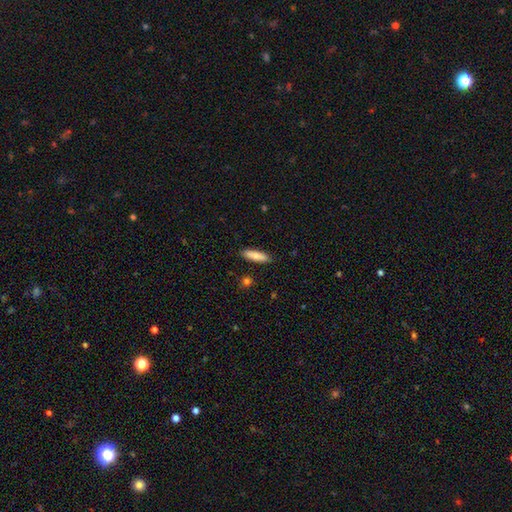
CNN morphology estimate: Smooth or featured? smooth (81%)
How rounded? cigar-shaped (62%)
Merging? none (88%)